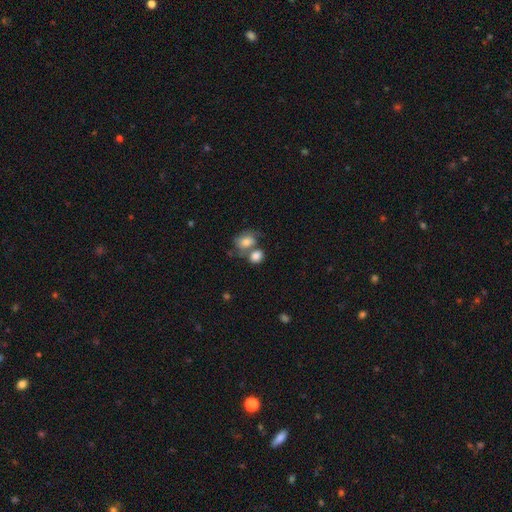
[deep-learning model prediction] This is likely a smooth galaxy (79%). How rounded: possibly in between (56%). Merging: possibly merger (49%).